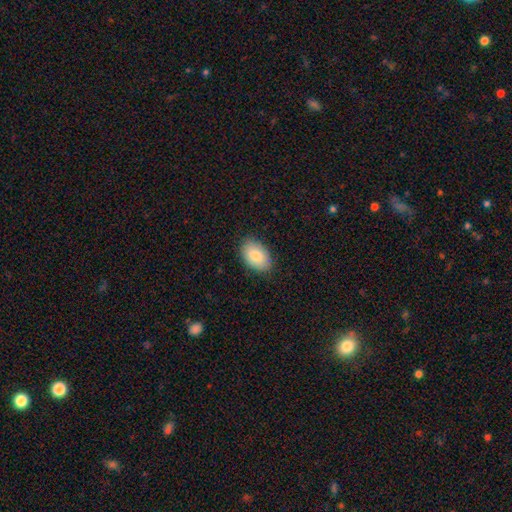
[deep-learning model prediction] Smooth or featured? Predicted: smooth (p=0.84). How rounded? Predicted: in between (p=0.91). Merging? Predicted: none (p=0.87).